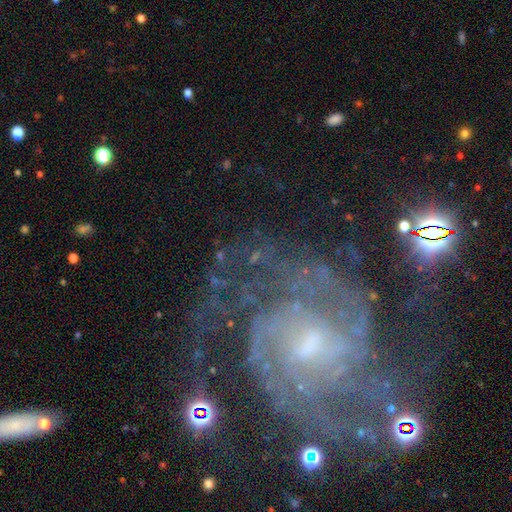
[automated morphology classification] A featured or disk galaxy (86%) with a weak bar (49%), 2 (36%) tight (45%) spiral arms (96%) and a small central bulge (50%). Merging: none (65%).